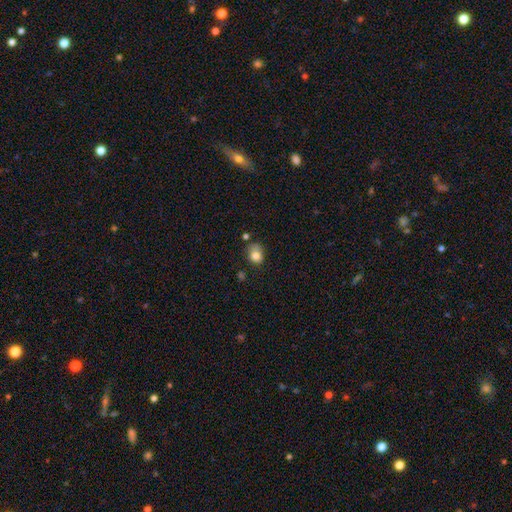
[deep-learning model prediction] Smooth or featured? smooth (79%)
How rounded? round (56%)
Merging? none (56%)